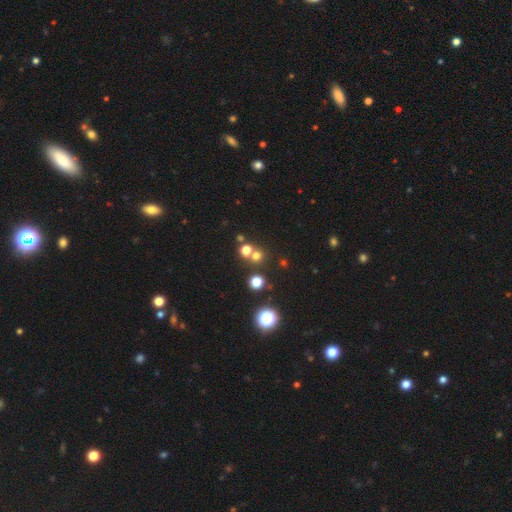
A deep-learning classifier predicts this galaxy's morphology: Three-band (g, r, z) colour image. It shows a smooth galaxy with no disk features (65%) that is round (87%). Merging: none (59%).